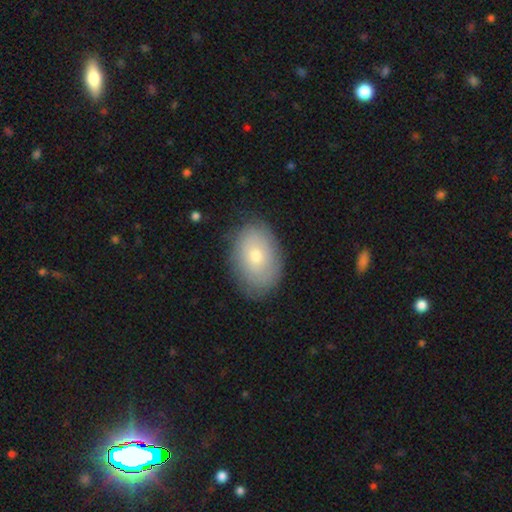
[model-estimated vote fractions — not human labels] A smooth galaxy with no disk features (65%) that is in between round and cigar-shaped (84%). Merging: none (80%).